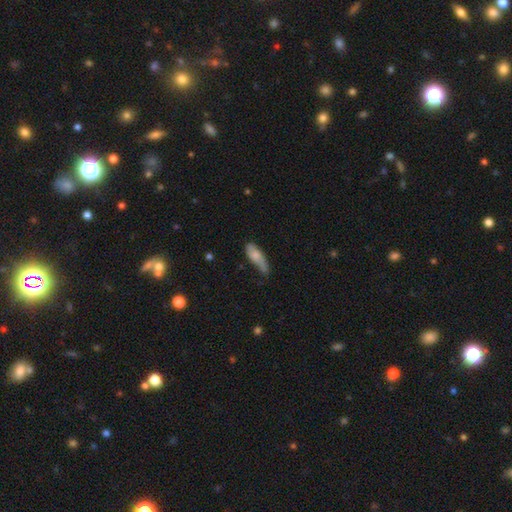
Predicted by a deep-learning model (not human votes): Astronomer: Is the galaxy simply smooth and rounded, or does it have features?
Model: smooth — 73%.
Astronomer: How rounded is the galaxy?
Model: in between — 57% (runner-up: cigar-shaped, 40%).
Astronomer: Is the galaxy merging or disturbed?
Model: minor disturbance — 43% (runner-up: none, 37%).